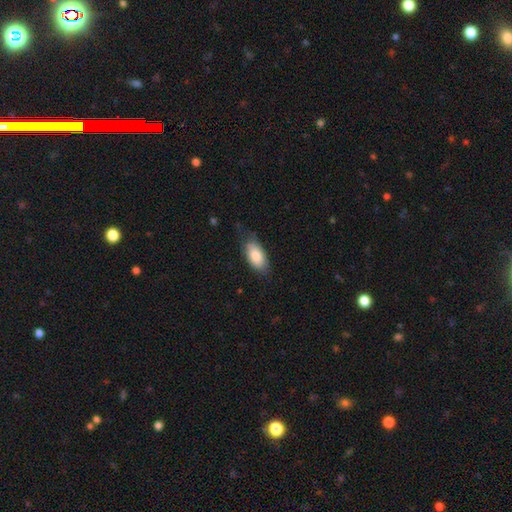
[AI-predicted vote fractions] Morphology: type=smooth (82%); roundness=in between (92%); merging=none (65%).